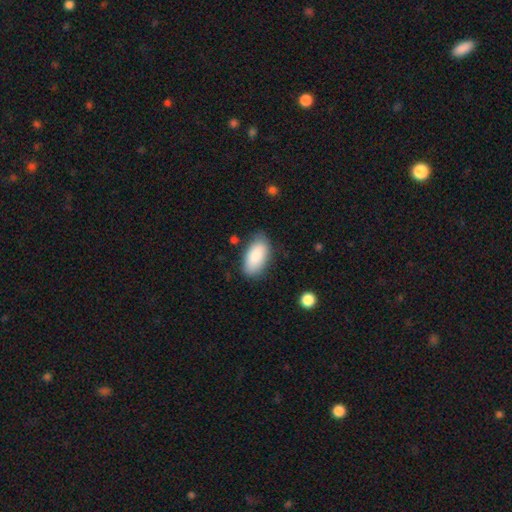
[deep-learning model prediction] This is clearly a smooth galaxy (87%). How rounded: clearly in between (93%). Merging: likely none (79%).